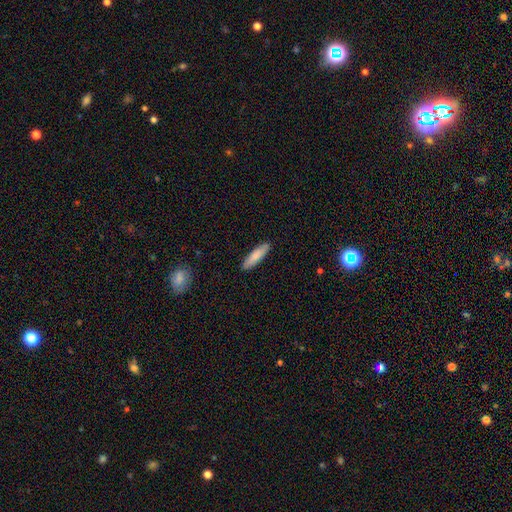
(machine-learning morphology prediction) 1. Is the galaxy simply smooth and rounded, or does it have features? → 82% smooth, 12% featured or disk, 5% star or artifact.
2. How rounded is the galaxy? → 72% cigar-shaped, 27% in between, 1% round.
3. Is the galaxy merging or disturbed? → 91% none, 7% minor disturbance, 1% major disturbance, 1% merger.